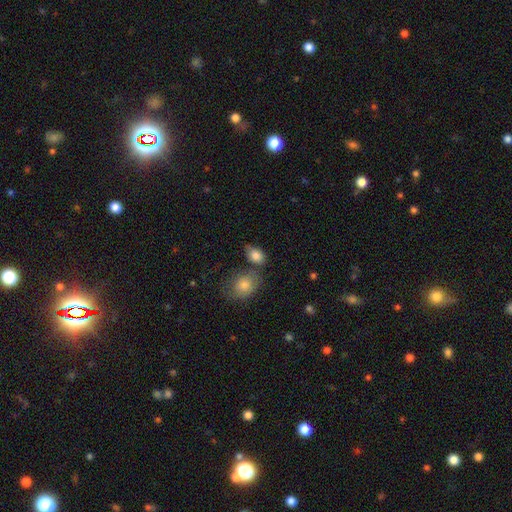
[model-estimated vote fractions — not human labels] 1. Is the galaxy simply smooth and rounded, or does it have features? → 84% smooth, 8% star or artifact, 8% featured or disk.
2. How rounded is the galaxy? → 80% in between, 19% round, 2% cigar-shaped.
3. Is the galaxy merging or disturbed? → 55% none, 21% merger, 18% minor disturbance, 6% major disturbance.